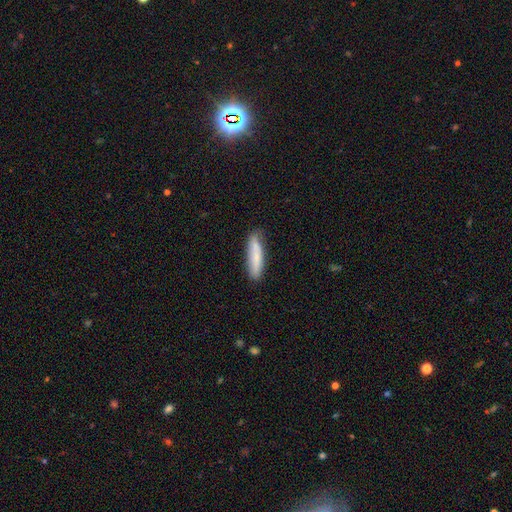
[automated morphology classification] smooth-or-featured: smooth: 75% | featured or disk: 19% | star or artifact: 6%
  how-rounded: cigar-shaped: 79% | in between: 20% | round: 2%
  merging: none: 78% | minor disturbance: 17% | major disturbance: 3% | merger: 2%